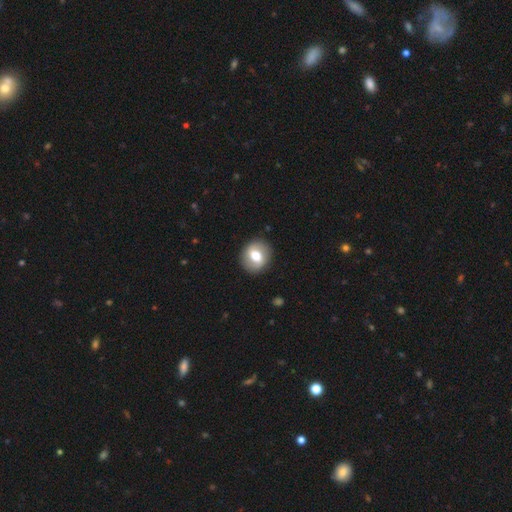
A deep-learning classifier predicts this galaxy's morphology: smooth_or_featured: smooth (p=0.52) [alt: featured or disk p=0.41]
how_rounded: round (p=0.76) [alt: in between p=0.23]
merging: none (p=0.88) [alt: minor disturbance p=0.08]